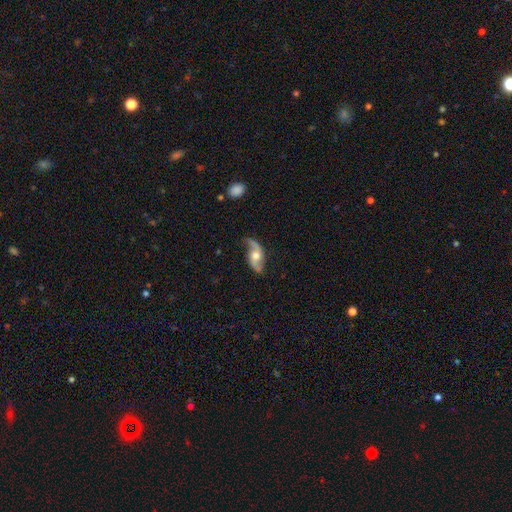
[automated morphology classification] type=featured or disk (86%); edge-on=no (95%); bar=no (62%); spiral arms=yes (96%); winding=loose (74%); arm count=2 (93%); bulge=moderate (70%); merging=none (75%).